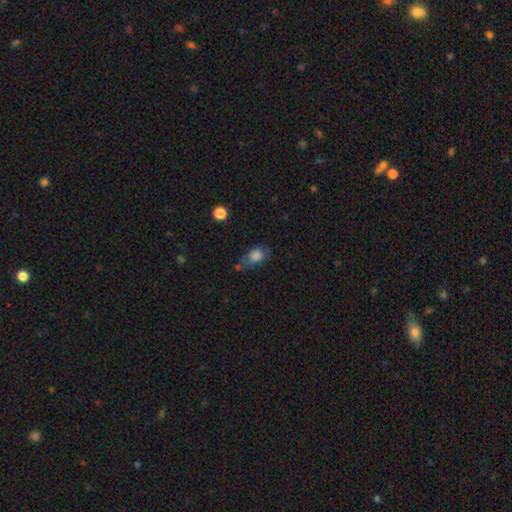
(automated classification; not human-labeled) This is likely a smooth galaxy (76%). How rounded: likely in between (77%). Merging: possibly none (49%).